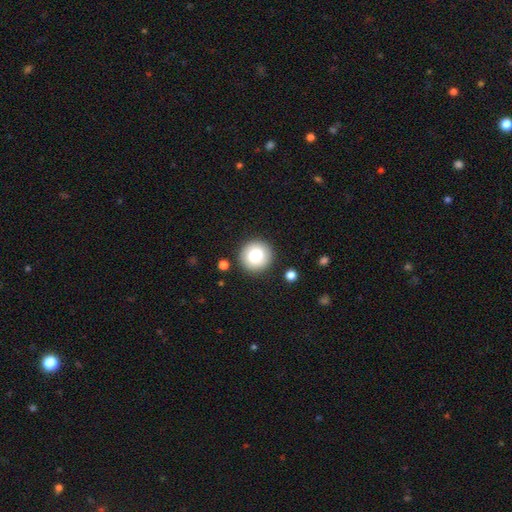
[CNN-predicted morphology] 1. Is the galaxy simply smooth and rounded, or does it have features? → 83% smooth, 9% featured or disk, 8% star or artifact.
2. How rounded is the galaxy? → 95% round, 4% in between, 1% cigar-shaped.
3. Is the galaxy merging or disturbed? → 89% none, 7% minor disturbance, 2% major disturbance, 2% merger.